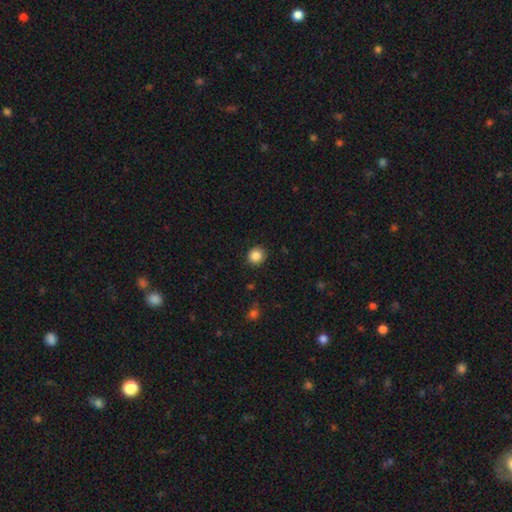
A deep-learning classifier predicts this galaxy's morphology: smooth_or_featured: smooth (p=0.87) [alt: star or artifact p=0.10]
how_rounded: round (p=0.88) [alt: in between p=0.11]
merging: none (p=0.90) [alt: minor disturbance p=0.07]